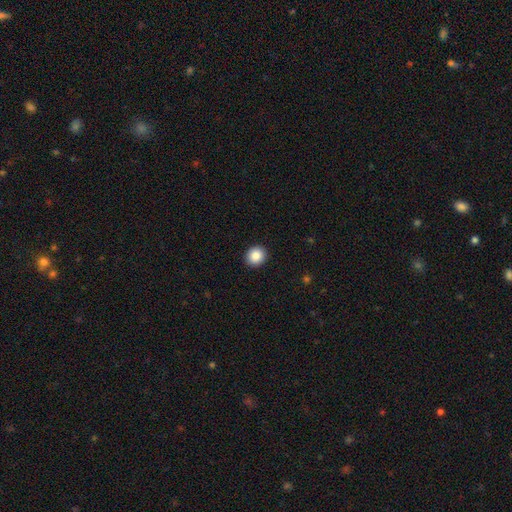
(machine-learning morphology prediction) Overall: smooth (87%). How rounded: round (83%). Merging: none (93%).